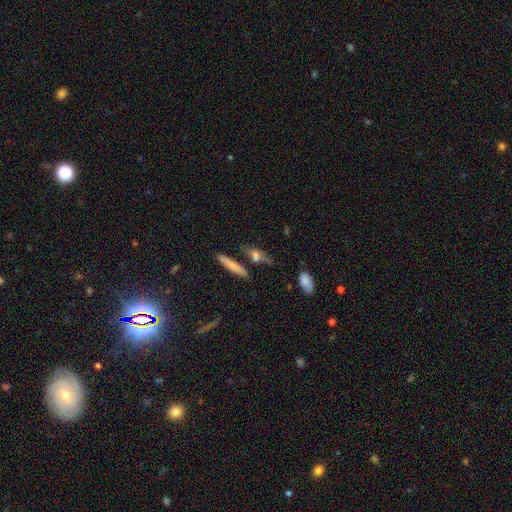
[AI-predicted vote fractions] Smooth or featured? smooth (49%)
Merging? none (64%)